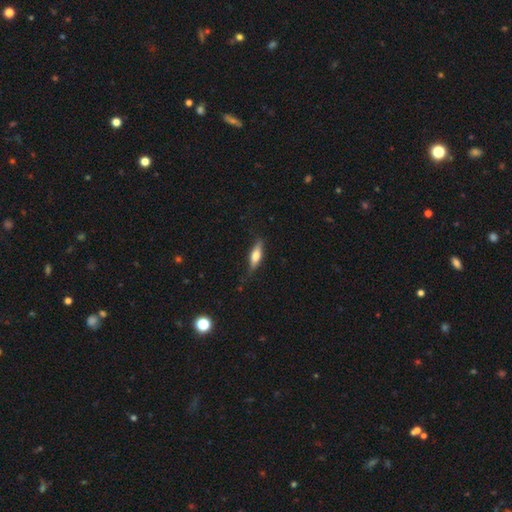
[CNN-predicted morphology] Q: Smooth or featured?
A: smooth (60%); runner-up: featured or disk (33%)
Q: How rounded?
A: cigar-shaped (54%); runner-up: in between (43%)
Q: Merging?
A: none (74%); runner-up: minor disturbance (20%)